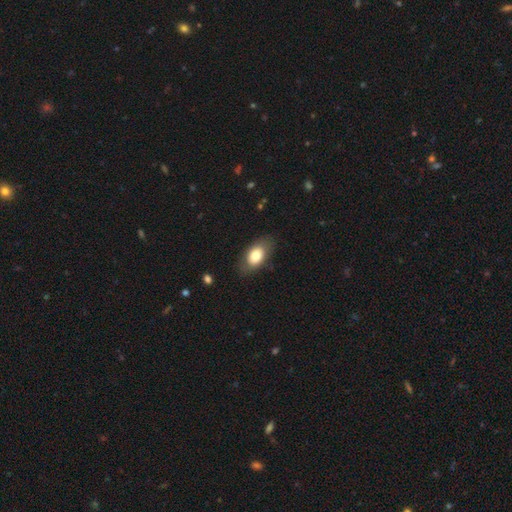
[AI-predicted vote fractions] Q: Smooth or featured?
A: smooth (76%); runner-up: featured or disk (17%)
Q: How rounded?
A: in between (89%); runner-up: round (9%)
Q: Merging?
A: none (79%); runner-up: minor disturbance (15%)